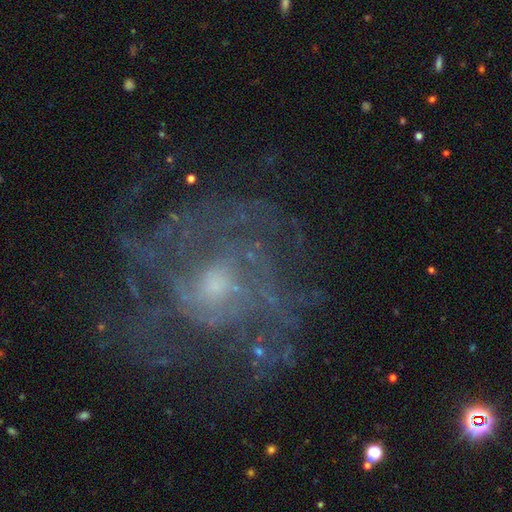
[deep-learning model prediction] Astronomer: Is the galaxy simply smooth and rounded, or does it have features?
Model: featured or disk — 77%.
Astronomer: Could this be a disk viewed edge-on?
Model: no — 97%.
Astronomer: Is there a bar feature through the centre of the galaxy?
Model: no — 75%.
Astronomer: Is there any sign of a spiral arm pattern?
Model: yes — 79%.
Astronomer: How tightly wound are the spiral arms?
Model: tight — 49% (runner-up: medium, 36%).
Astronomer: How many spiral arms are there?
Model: can't tell — 49%.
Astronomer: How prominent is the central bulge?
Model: moderate — 46% (runner-up: small, 44%).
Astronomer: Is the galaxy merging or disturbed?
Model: none — 67%.